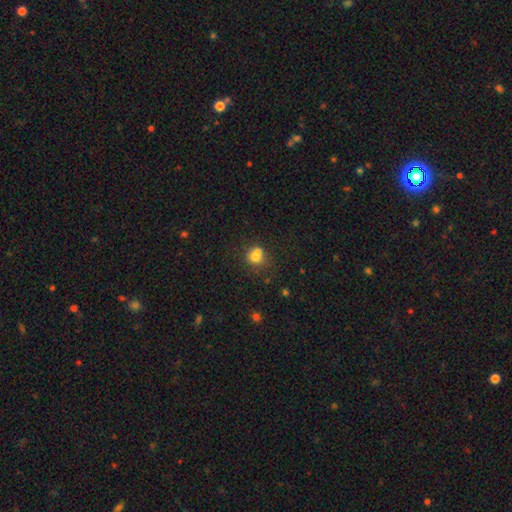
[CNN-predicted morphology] Q: Smooth or featured?
A: smooth (71%); runner-up: featured or disk (16%)
Q: How rounded?
A: round (78%); runner-up: in between (21%)
Q: Merging?
A: merger (47%); runner-up: none (39%)